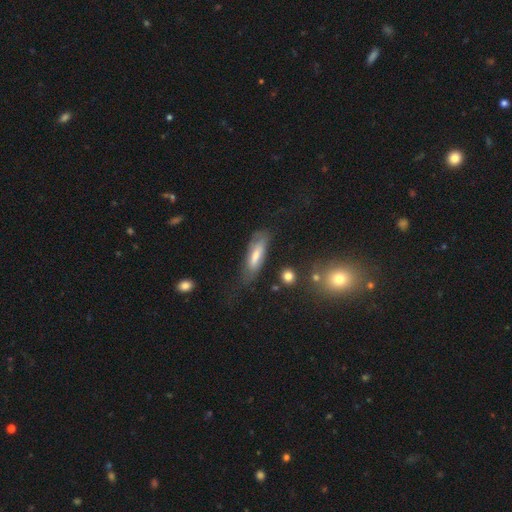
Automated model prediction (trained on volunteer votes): Overall: smooth (52%; featured or disk 41%). How rounded: cigar-shaped (54%; in between 43%). Merging: none (62%; minor disturbance 24%).